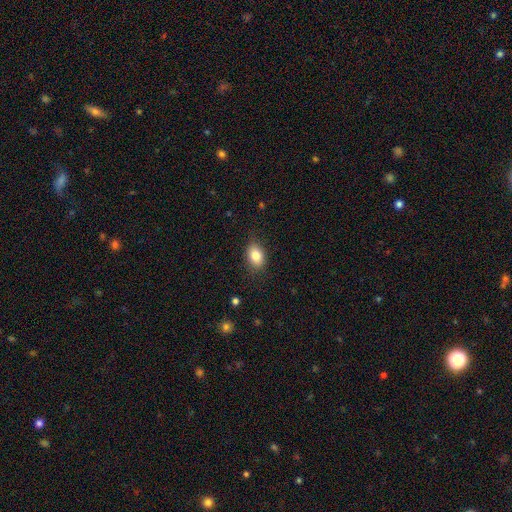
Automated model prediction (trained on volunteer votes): Smooth or featured? smooth (84%)
How rounded? in between (79%)
Merging? none (83%)